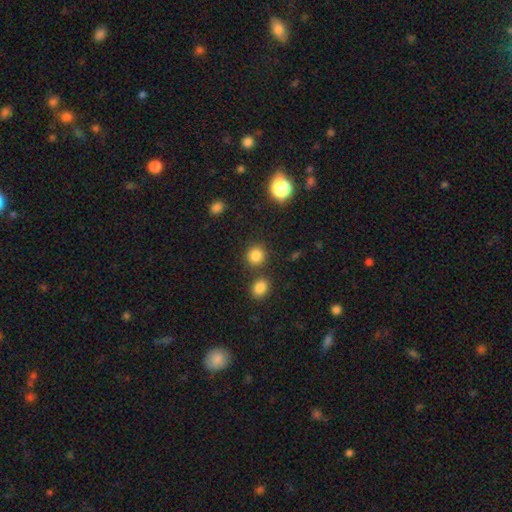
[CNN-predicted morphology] A smooth galaxy with no disk features (84%) that is round (86%).

Vote fractions:
- Smooth or featured? smooth: 84% / star or artifact: 12% / featured or disk: 4%
- How rounded? round: 86% / in between: 13% / cigar-shaped: 1%
- Merging? none: 79% / merger: 10% / minor disturbance: 8% / major disturbance: 3%